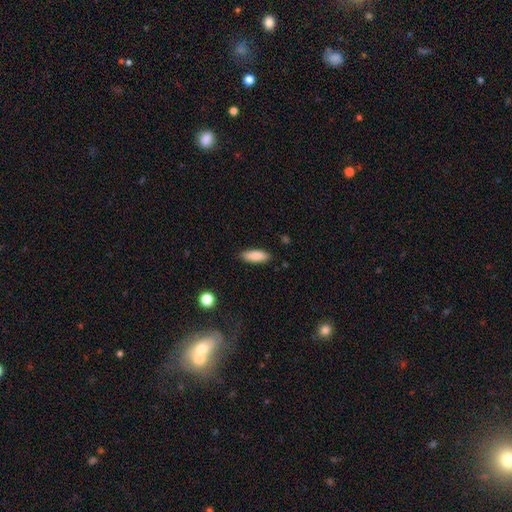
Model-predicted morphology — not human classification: A smooth galaxy with no disk features (86%) that is in between round and cigar-shaped (65%). Merging: none (87%).